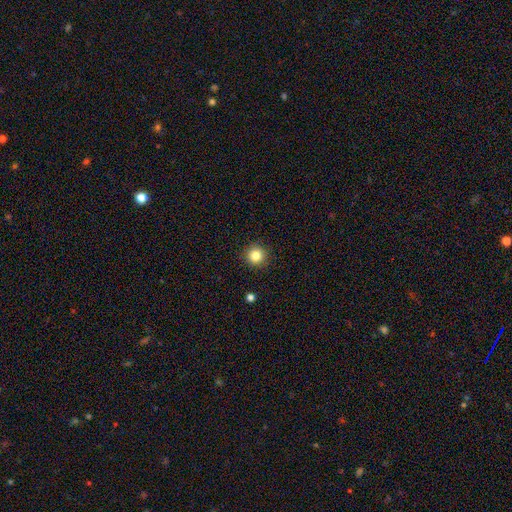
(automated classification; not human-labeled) Smooth or featured? smooth (83%)
How rounded? round (95%)
Merging? none (91%)